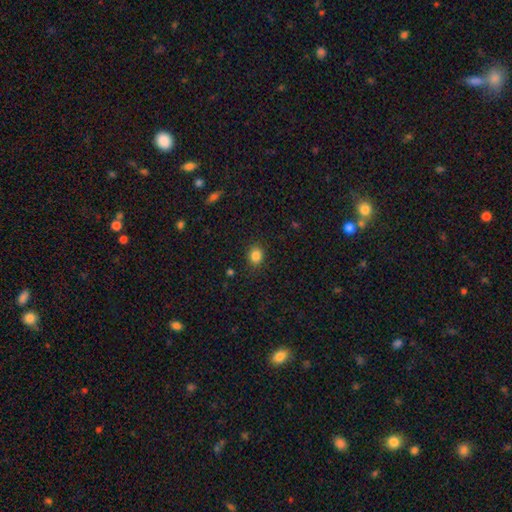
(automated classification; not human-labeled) A smooth galaxy with no disk features (85%) that is round (62%).

Vote fractions:
- Smooth or featured? smooth: 85% / star or artifact: 11% / featured or disk: 5%
- How rounded? round: 62% / in between: 37% / cigar-shaped: 1%
- Merging? none: 87% / minor disturbance: 9% / major disturbance: 3% / merger: 1%